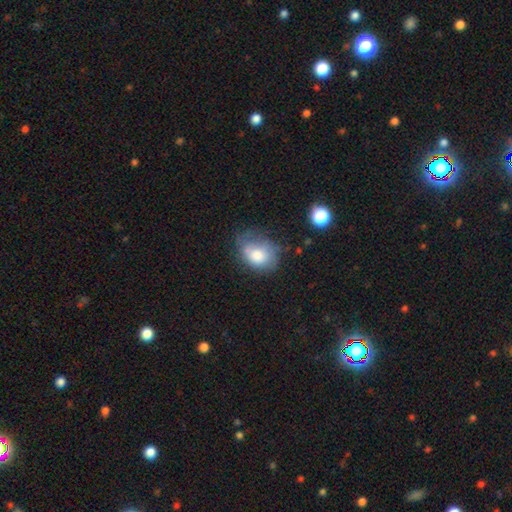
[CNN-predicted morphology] This appears to be a smooth galaxy with no disk features (71%) that is in between round and cigar-shaped (62%). Merging: none (40%).